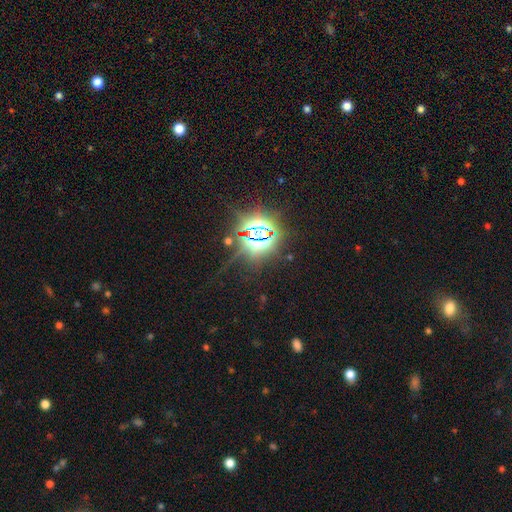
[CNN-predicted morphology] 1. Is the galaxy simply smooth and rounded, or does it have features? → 85% star or artifact, 8% smooth, 6% featured or disk.